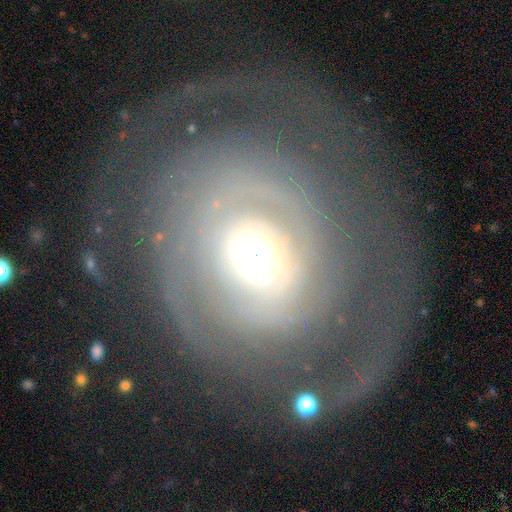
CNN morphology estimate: Overall: featured or disk (80%). Edge-on disk: no (97%). Bar: no (79%). Spiral arms: yes (78%). Spiral arm count: can't tell (31%, tied with 2). Spiral winding: tight (55%; medium 26%). Bulge size: moderate (55%; large 29%). Merging: none (51%; major disturbance 31%).